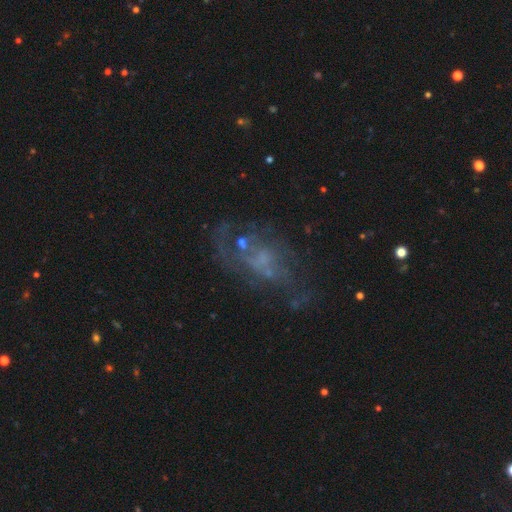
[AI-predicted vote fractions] Smooth or featured? featured or disk (59%)
Edge-on disk? no (95%)
Bar? no (77%)
Spiral arms? no (53%)
Bulge size? none (48%)
Merging? none (49%)